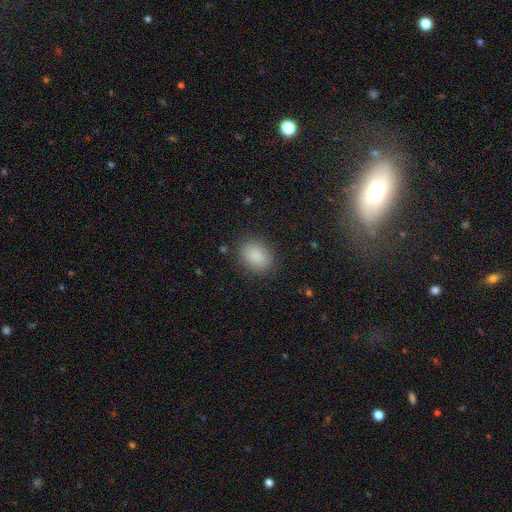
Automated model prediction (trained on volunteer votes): Smooth or featured: smooth — 88% (star or artifact — 9%)
How rounded: in between — 64% (round — 35%)
Merging: none — 86% (minor disturbance — 9%)